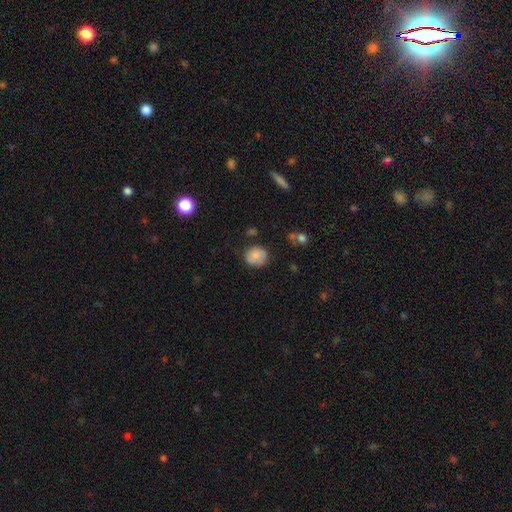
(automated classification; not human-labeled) Morphology: type=smooth (76%); roundness=round (76%); merging=none (67%).